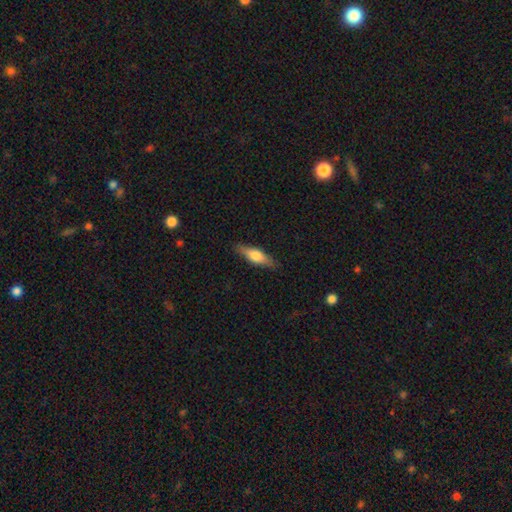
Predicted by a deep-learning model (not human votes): smooth_or_featured: smooth (p=0.57) [alt: featured or disk p=0.37]
how_rounded: cigar-shaped (p=0.55) [alt: in between p=0.42]
merging: none (p=0.87) [alt: minor disturbance p=0.10]